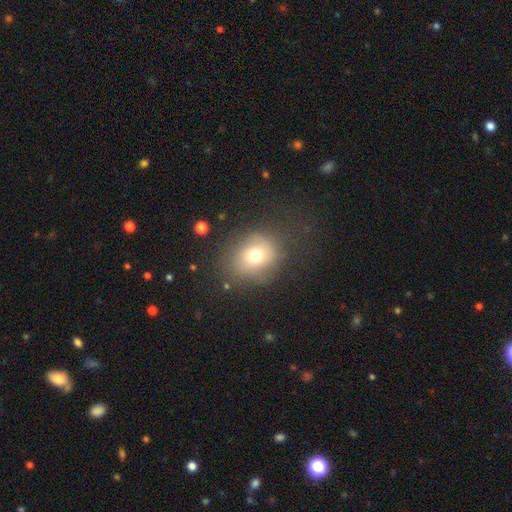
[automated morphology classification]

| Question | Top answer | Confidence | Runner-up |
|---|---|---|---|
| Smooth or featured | smooth | 69% | featured or disk (17%) |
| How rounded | round | 66% | in between (33%) |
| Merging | none | 64% | minor disturbance (20%) |